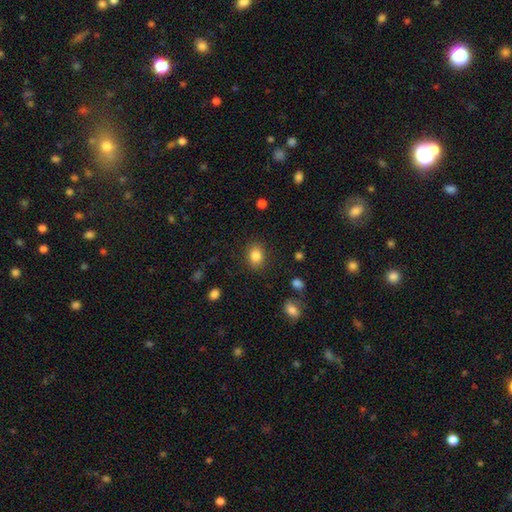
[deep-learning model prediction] Smooth or featured?
  - smooth: 85% *
  - star or artifact: 10%
  - featured or disk: 5%
How rounded?
  - in between: 51% *
  - round: 48%
  - cigar-shaped: 1%
Merging?
  - none: 86% *
  - minor disturbance: 10%
  - major disturbance: 3%
  - merger: 1%